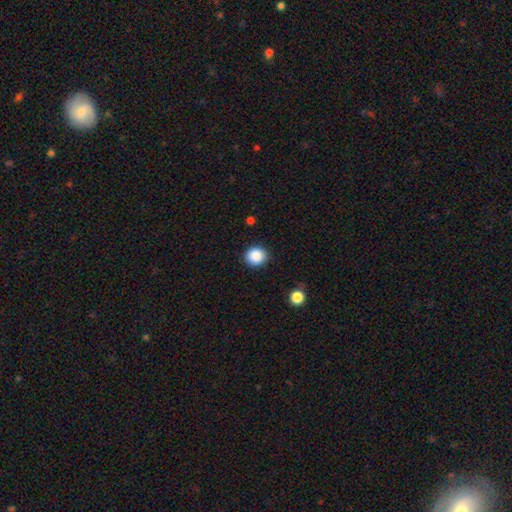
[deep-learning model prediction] smooth-or-featured: smooth: 88% | star or artifact: 9% | featured or disk: 3%
  how-rounded: round: 86% | in between: 13% | cigar-shaped: 1%
  merging: none: 89% | minor disturbance: 7% | major disturbance: 2% | merger: 1%